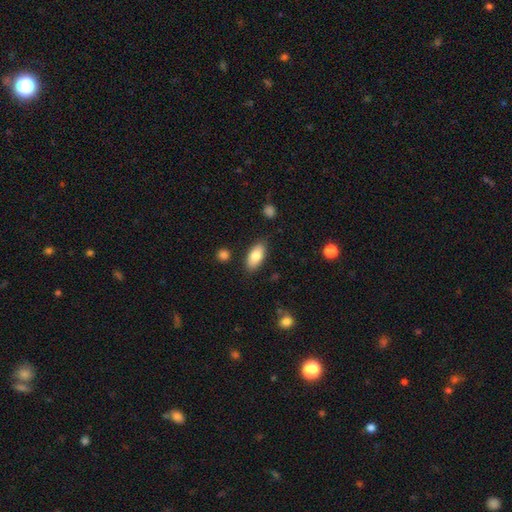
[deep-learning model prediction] This appears to be a smooth galaxy with no disk features (81%) that is in between round and cigar-shaped (89%). Merging: none (85%).